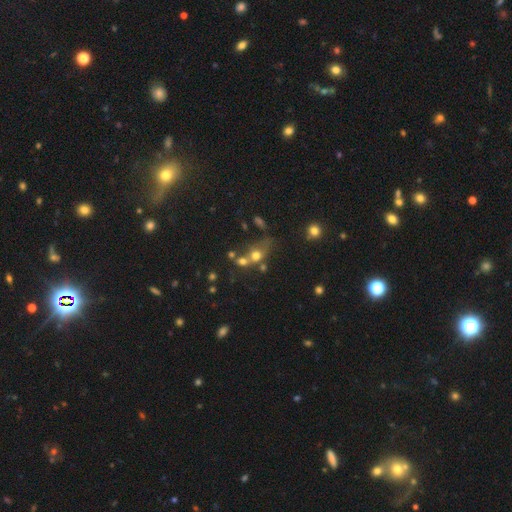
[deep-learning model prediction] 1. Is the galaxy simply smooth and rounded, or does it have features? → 62% smooth, 20% featured or disk, 18% star or artifact.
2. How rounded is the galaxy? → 61% round, 36% in between, 3% cigar-shaped.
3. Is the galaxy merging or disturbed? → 50% merger, 29% none, 11% minor disturbance, 10% major disturbance.